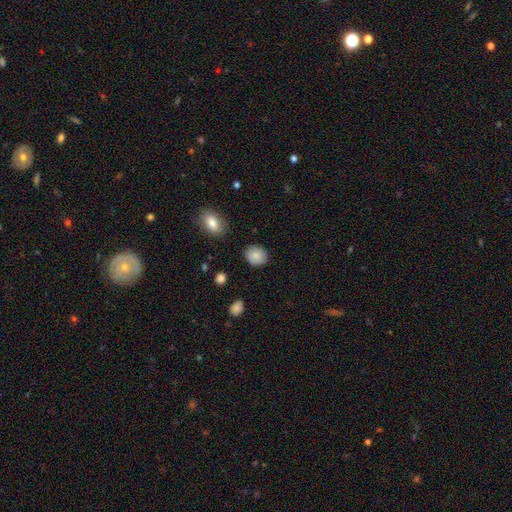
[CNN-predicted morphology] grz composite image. It shows a smooth galaxy with no disk features (86%) that is round (70%). Merging: none (88%).